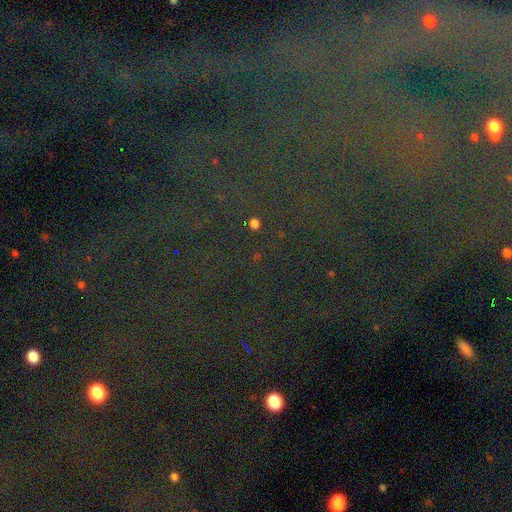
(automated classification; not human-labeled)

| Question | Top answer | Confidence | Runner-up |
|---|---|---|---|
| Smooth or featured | star or artifact | 81% | featured or disk (10%) |